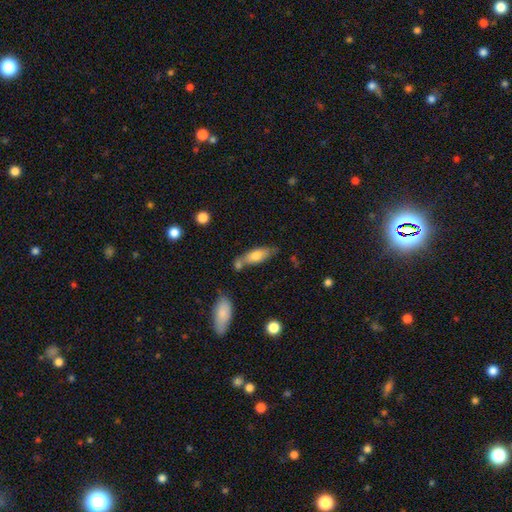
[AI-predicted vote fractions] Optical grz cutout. It shows a smooth galaxy with no disk features (66%) that is in between round and cigar-shaped (64%). Merging: none (55%).